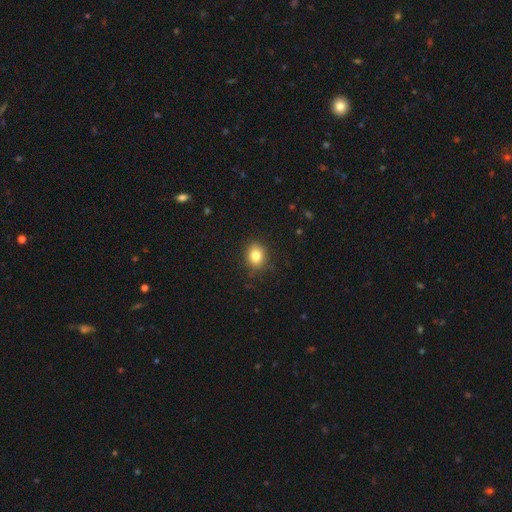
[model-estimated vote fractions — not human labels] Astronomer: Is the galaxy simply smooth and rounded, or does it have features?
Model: smooth — 82%.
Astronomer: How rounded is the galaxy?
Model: round — 66%.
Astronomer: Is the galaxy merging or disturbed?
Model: none — 88%.